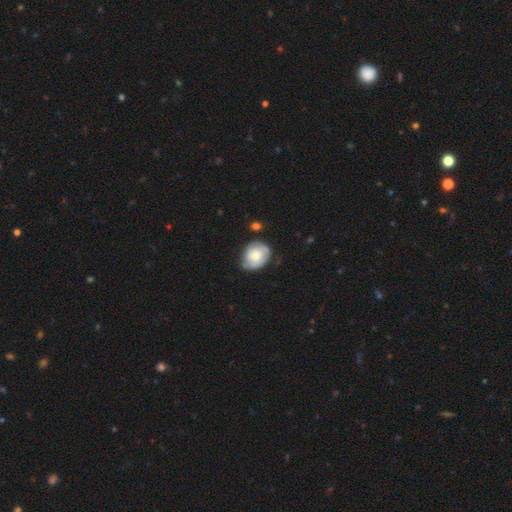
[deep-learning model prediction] This is possibly a featured or disk galaxy (49%). Merging: likely none (61%).